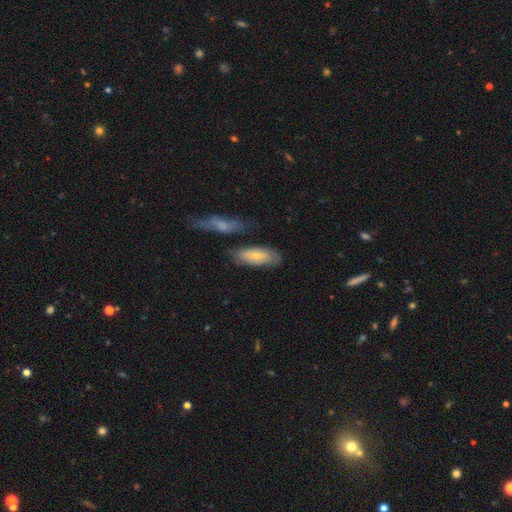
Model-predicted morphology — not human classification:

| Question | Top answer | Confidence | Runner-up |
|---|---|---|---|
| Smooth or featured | smooth | 58% | featured or disk (36%) |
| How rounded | in between | 78% | cigar-shaped (20%) |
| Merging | none | 64% | minor disturbance (21%) |